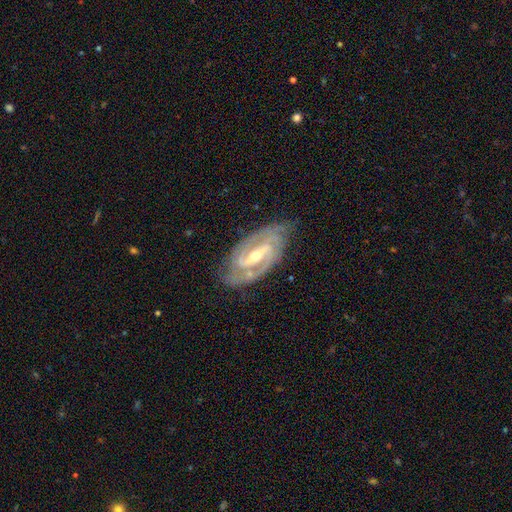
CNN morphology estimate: This is clearly a featured or disk galaxy (90%). It is clearly not viewed edge-on (94%). Bar: possibly strong (51%). Spiral arm pattern: clearly yes (97%). Spiral arm count: likely 2 (75%). Spiral winding: possibly tight (49%). Central bulge: possibly moderate (51%). Merging: likely none (78%).